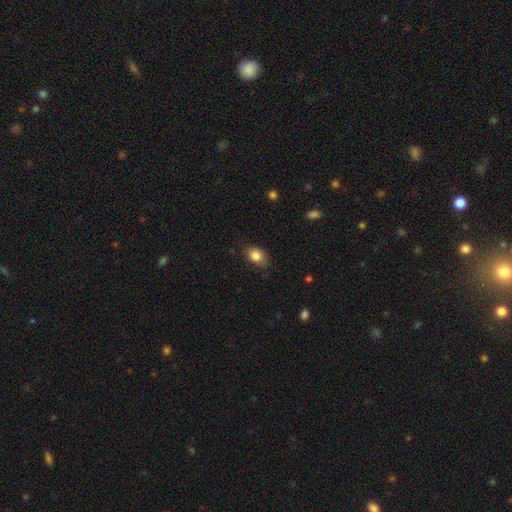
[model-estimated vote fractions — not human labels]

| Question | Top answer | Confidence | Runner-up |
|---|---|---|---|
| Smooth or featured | smooth | 85% | star or artifact (8%) |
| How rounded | in between | 80% | round (19%) |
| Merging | none | 75% | minor disturbance (20%) |